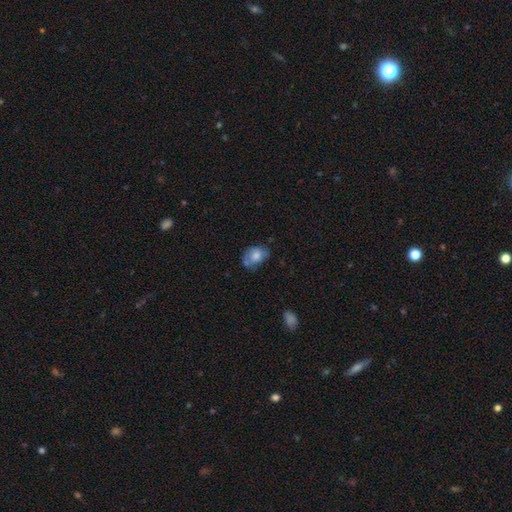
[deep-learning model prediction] This is likely a smooth galaxy (69%). How rounded: likely in between (73%). Merging: possibly none (48%).